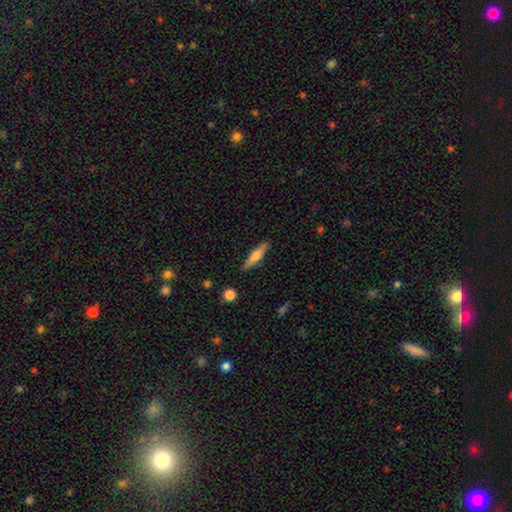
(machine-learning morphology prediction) Smooth or featured: smooth — 54% (featured or disk — 39%)
How rounded: cigar-shaped — 80% (in between — 18%)
Merging: none — 88% (minor disturbance — 9%)